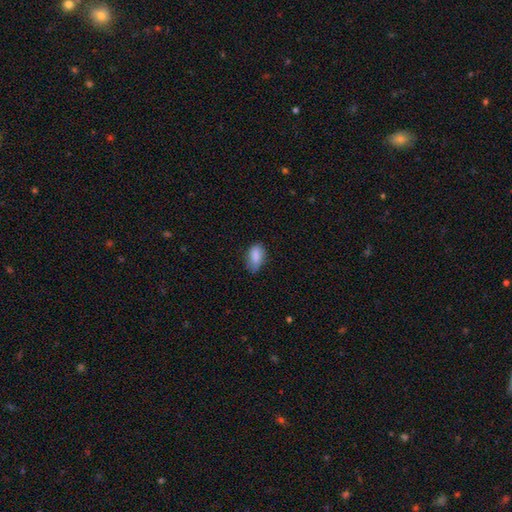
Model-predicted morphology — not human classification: Smooth or featured? smooth (86%)
How rounded? in between (90%)
Merging? none (61%)